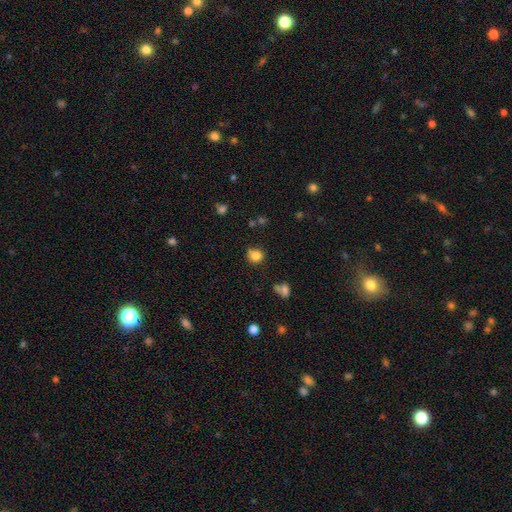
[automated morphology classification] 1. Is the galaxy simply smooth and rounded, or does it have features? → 82% smooth, 12% star or artifact, 6% featured or disk.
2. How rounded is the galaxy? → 87% round, 12% in between, 1% cigar-shaped.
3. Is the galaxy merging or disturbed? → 75% none, 14% minor disturbance, 7% merger, 4% major disturbance.